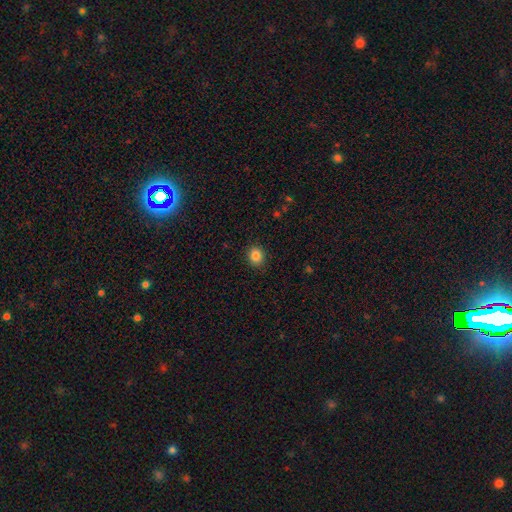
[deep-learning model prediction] Smooth or featured? Predicted: smooth (p=0.85). How rounded? Predicted: round (p=0.76). Merging? Predicted: none (p=0.90).